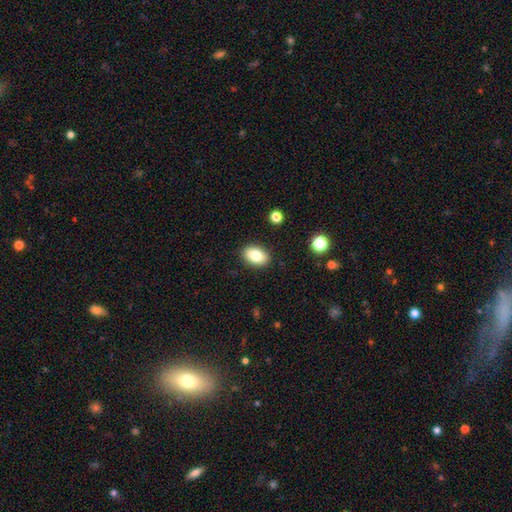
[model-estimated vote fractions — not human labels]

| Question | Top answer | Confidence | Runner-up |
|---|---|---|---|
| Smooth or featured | smooth | 80% | featured or disk (11%) |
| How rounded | in between | 87% | round (12%) |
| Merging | none | 88% | minor disturbance (8%) |